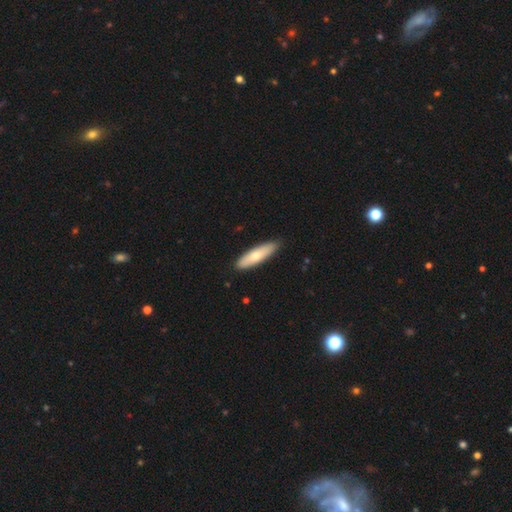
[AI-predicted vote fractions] The model was most divided on "how rounded": cigar-shaped: 64%, in between: 35%, round: 2%. More confident: merging — none (88%); smooth or featured — smooth (69%).